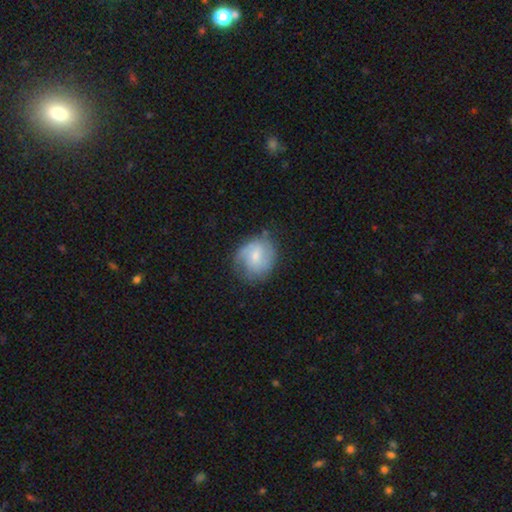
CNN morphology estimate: A smooth galaxy with no disk features (48%).

Vote fractions:
- Smooth or featured? smooth: 48% / featured or disk: 45% / star or artifact: 7%
- Merging? none: 60% / minor disturbance: 27% / major disturbance: 11% / merger: 2%